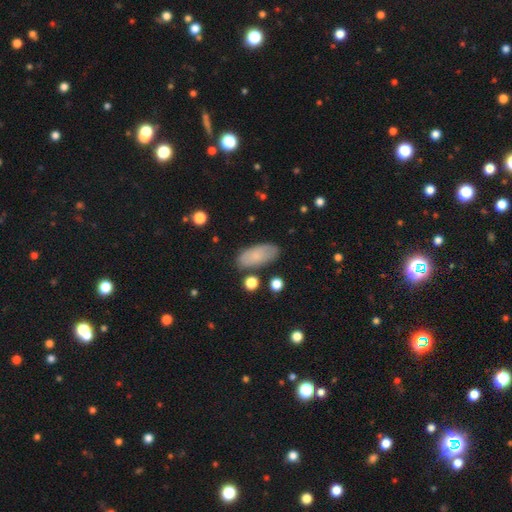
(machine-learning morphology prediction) smooth 78%, featured or disk 14%, star or artifact 7%. Down the decision tree: how rounded — in between (90%); merging — none (78%).